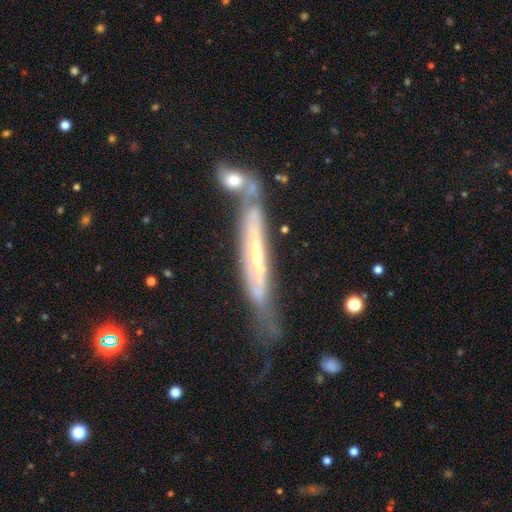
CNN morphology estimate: A featured or disk galaxy (75%) viewed edge-on (76%) with a rounded central bulge (60%). Merging: none (43%).